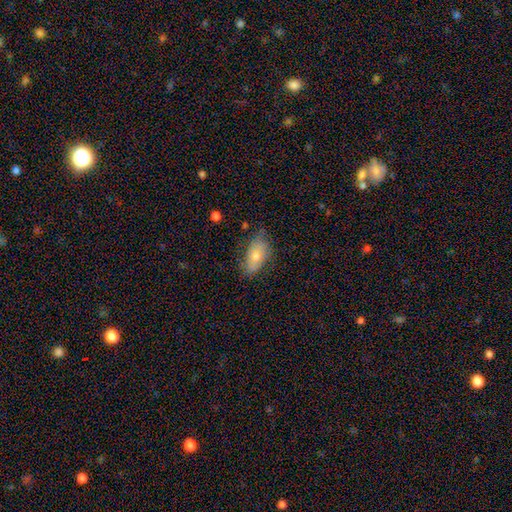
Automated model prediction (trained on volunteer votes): Smooth or featured? Predicted: smooth (p=0.64). How rounded? Predicted: in between (p=0.90). Merging? Predicted: none (p=0.67).